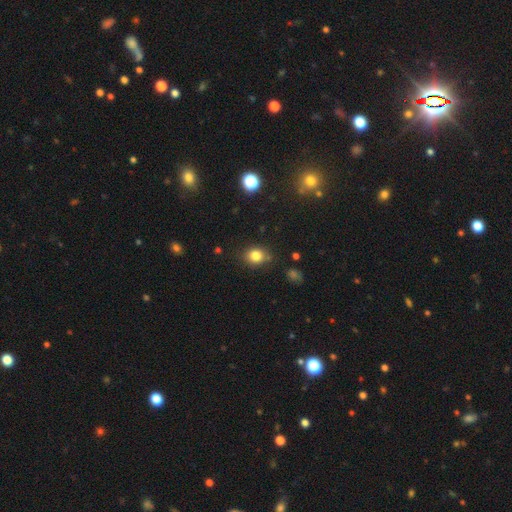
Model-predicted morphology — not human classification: This appears to be a smooth galaxy with no disk features (82%) that is round (64%). Merging: none (80%).